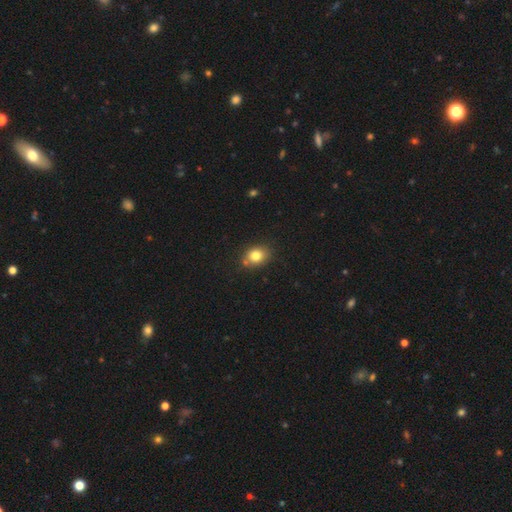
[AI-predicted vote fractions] This is likely a smooth galaxy (80%). How rounded: possibly round (51%). Merging: likely none (76%).